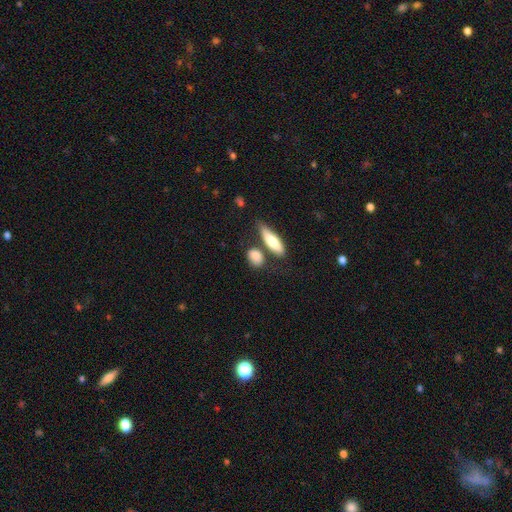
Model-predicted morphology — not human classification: smooth_or_featured: smooth (p=0.82) [alt: featured or disk p=0.11]
how_rounded: in between (p=0.60) [alt: round p=0.26]
merging: none (p=0.56) [alt: merger p=0.21]